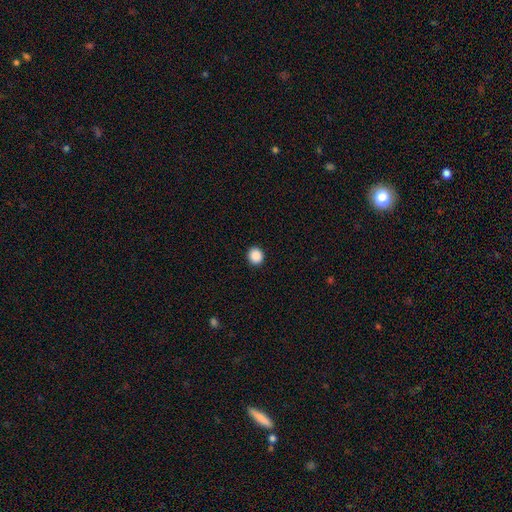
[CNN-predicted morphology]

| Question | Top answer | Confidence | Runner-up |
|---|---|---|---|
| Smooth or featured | smooth | 89% | star or artifact (9%) |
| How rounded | round | 86% | in between (13%) |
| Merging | none | 93% | minor disturbance (5%) |